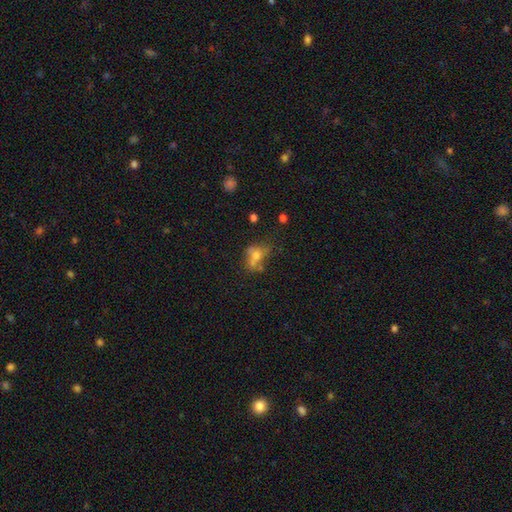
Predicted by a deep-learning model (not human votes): A smooth galaxy with no disk features (54%) that is in between round and cigar-shaped (54%).

Vote fractions:
- Smooth or featured? smooth: 54% / featured or disk: 26% / star or artifact: 20%
- How rounded? in between: 54% / round: 43% / cigar-shaped: 3%
- Merging? none: 37% / merger: 34% / minor disturbance: 17% / major disturbance: 13%